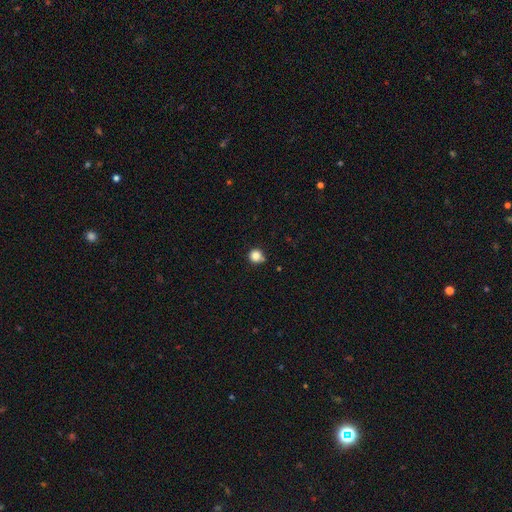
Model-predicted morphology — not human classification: Smooth or featured? smooth (83%)
How rounded? round (91%)
Merging? none (72%)